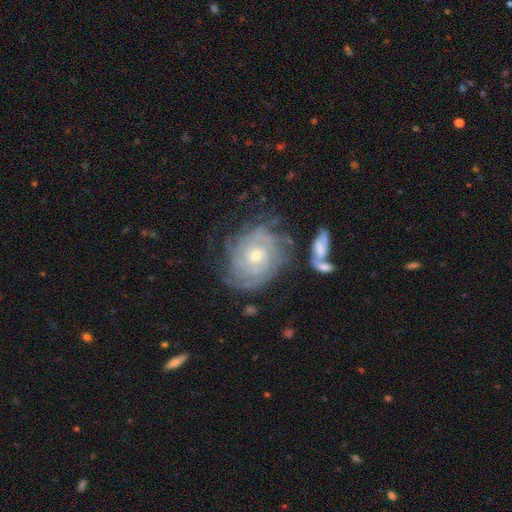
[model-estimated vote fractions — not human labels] Smooth or featured? featured or disk (85%)
Edge-on disk? no (97%)
Bar? no (75%)
Spiral arms? yes (95%)
Spiral winding? tight (78%)
Spiral arm count? can't tell (38%)
Bulge size? small (49%)
Merging? none (67%)